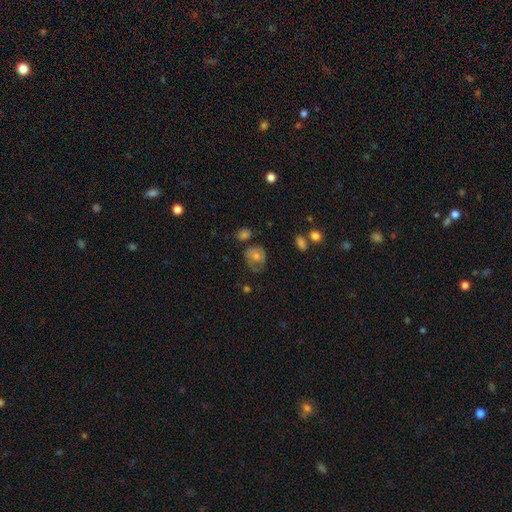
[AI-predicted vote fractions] Smooth or featured? Predicted: featured or disk (p=0.44). Merging? Predicted: none (p=0.57).